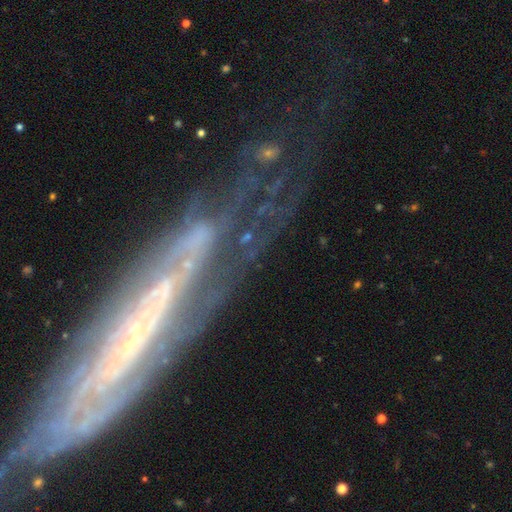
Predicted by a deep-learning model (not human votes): Morphology: type=featured or disk (76%); edge-on=no (69%); bar=no (47%); spiral arms=yes (76%); bulge=small (50%); merging=none (58%).